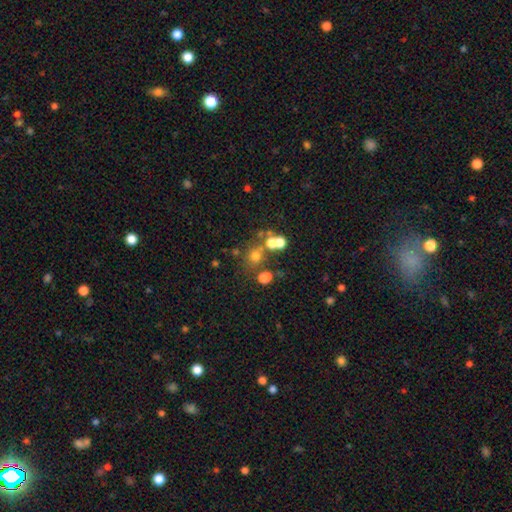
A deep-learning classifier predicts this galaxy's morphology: The model was most divided on "merging": none: 57%, merger: 28%, minor disturbance: 9%, major disturbance: 6%. More confident: how rounded — round (81%); smooth or featured — smooth (60%).